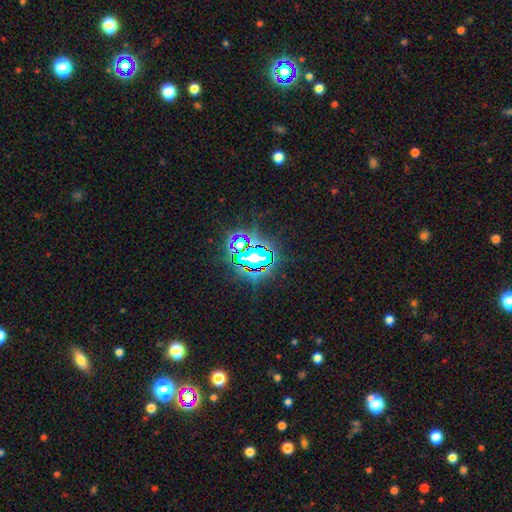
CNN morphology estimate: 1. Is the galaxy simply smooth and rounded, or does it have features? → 78% star or artifact, 13% smooth, 9% featured or disk.